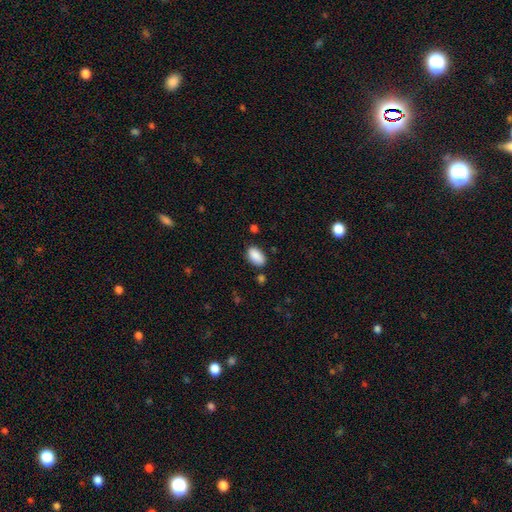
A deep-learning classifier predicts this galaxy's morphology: This appears to be a smooth galaxy with no disk features (89%) that is in between round and cigar-shaped (94%). Merging: none (79%).